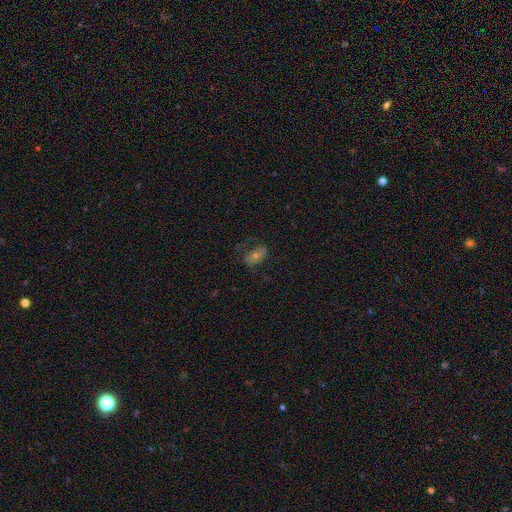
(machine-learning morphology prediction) A featured or disk galaxy (46%). Merging: none (57%).